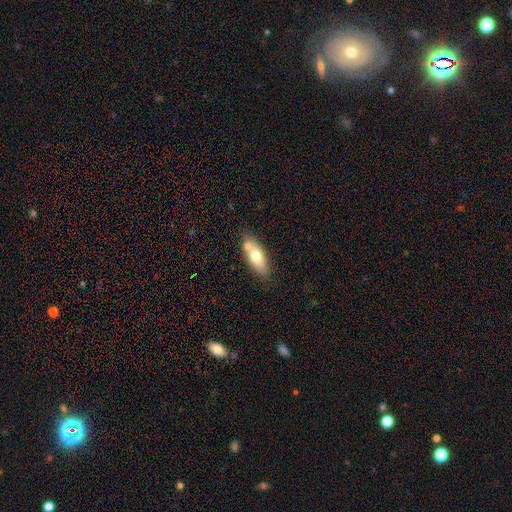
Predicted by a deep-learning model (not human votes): Morphology: type=smooth (67%); roundness=in between (72%); merging=none (60%).